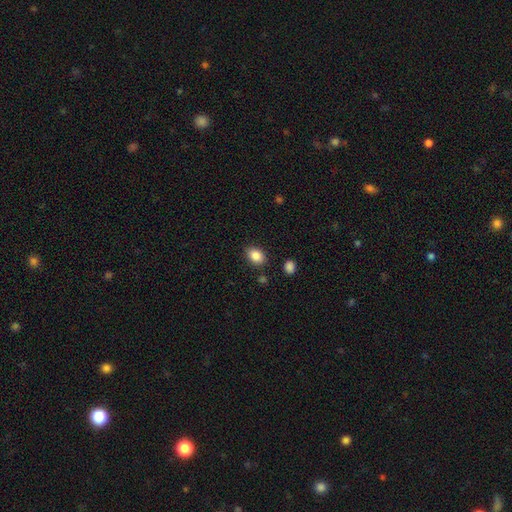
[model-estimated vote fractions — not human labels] Smooth or featured?
  - smooth: 87% *
  - star or artifact: 9%
  - featured or disk: 5%
How rounded?
  - in between: 74% *
  - round: 25%
  - cigar-shaped: 1%
Merging?
  - none: 85% *
  - minor disturbance: 10%
  - major disturbance: 3%
  - merger: 3%